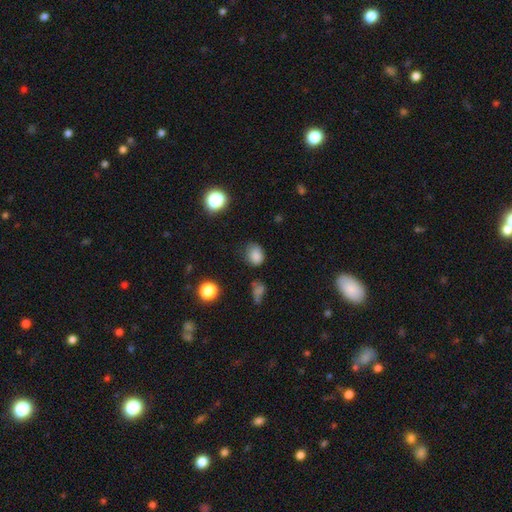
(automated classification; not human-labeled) smooth_or_featured: smooth (p=0.81) [alt: star or artifact p=0.13]
how_rounded: in between (p=0.51) [alt: round p=0.48]
merging: none (p=0.66) [alt: minor disturbance p=0.24]